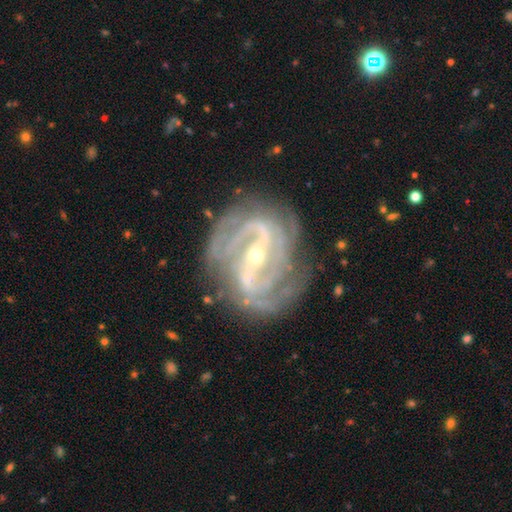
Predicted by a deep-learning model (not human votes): This appears to be a featured or disk galaxy (91%) with a strong bar (74%), 2 (42%) tight (50%) spiral arms (97%) and a small central bulge (69%). Merging: none (74%).